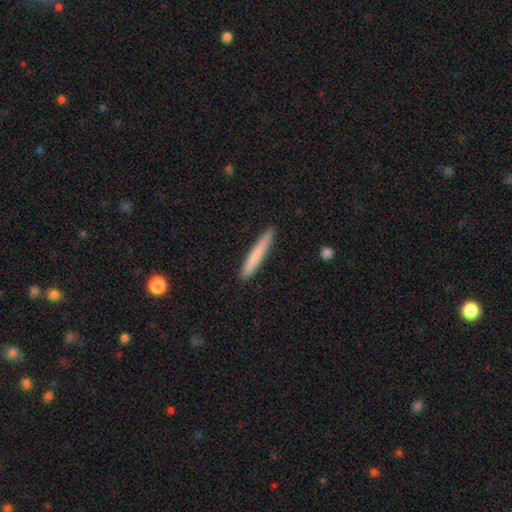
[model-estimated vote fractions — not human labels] Q: Smooth or featured?
A: smooth (75%); runner-up: featured or disk (20%)
Q: How rounded?
A: cigar-shaped (96%); runner-up: in between (3%)
Q: Merging?
A: none (90%); runner-up: minor disturbance (8%)